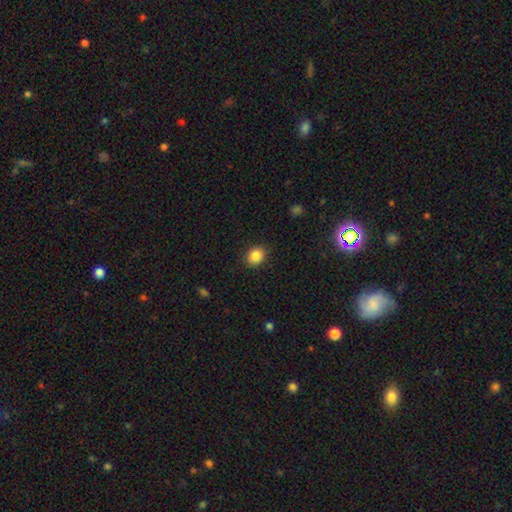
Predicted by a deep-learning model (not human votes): smooth_or_featured: smooth (p=0.87) [alt: star or artifact p=0.09]
how_rounded: round (p=0.52) [alt: in between p=0.47]
merging: none (p=0.87) [alt: minor disturbance p=0.09]